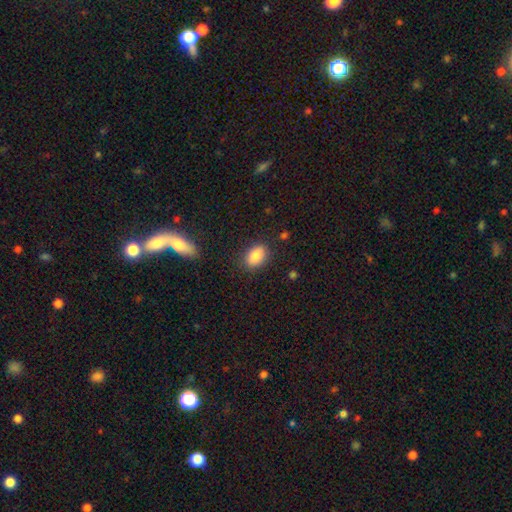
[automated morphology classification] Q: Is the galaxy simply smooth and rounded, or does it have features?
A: smooth — 86%.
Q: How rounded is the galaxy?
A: in between — 87%.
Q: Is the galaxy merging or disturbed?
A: none — 84%.